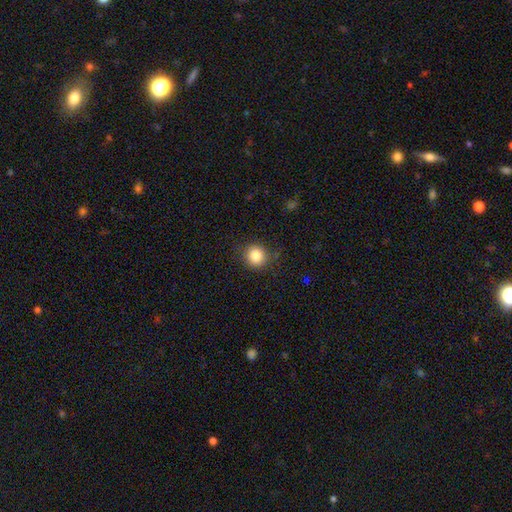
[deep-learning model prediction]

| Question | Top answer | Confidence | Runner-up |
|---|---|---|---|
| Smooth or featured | smooth | 84% | star or artifact (10%) |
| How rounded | round | 90% | in between (9%) |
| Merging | none | 88% | minor disturbance (9%) |